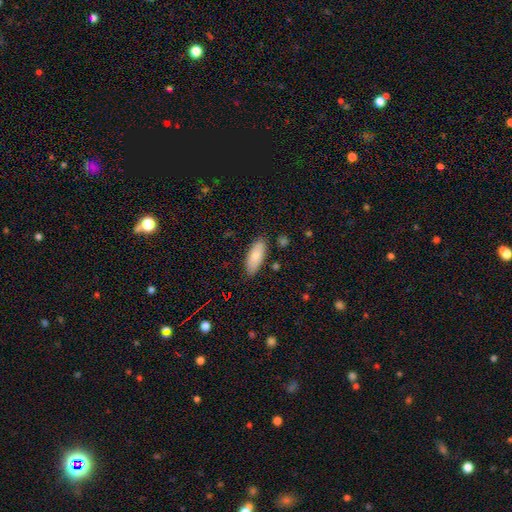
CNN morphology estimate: This is clearly a smooth galaxy (81%). How rounded: likely in between (78%). Merging: clearly none (85%).